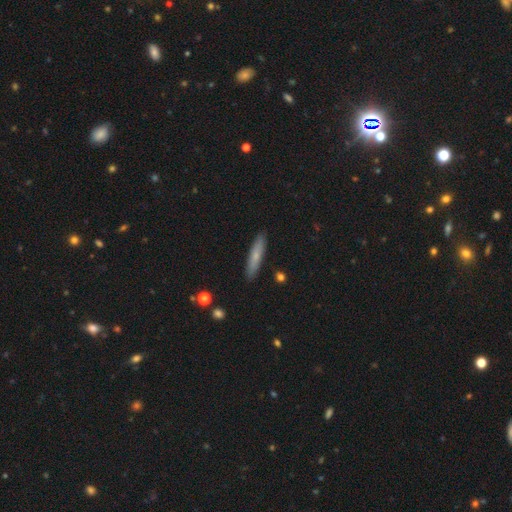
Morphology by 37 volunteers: Smooth or featured? smooth (73%)
How rounded? cigar-shaped (100%)
Merging? none (100%)